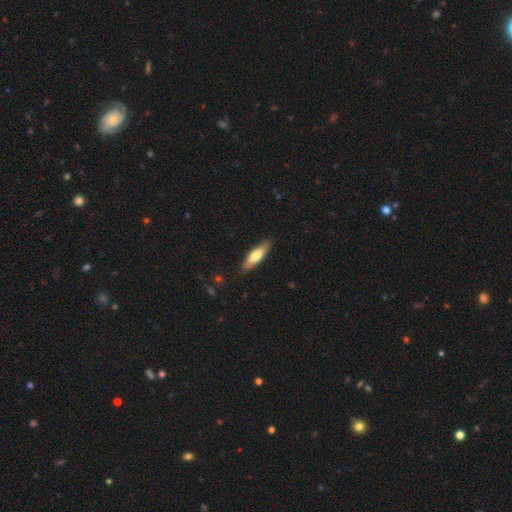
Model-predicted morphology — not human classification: Smooth or featured?
  - smooth: 62% *
  - featured or disk: 32%
  - star or artifact: 5%
How rounded?
  - cigar-shaped: 58% *
  - in between: 40%
  - round: 2%
Merging?
  - none: 83% *
  - minor disturbance: 13%
  - major disturbance: 2%
  - merger: 1%